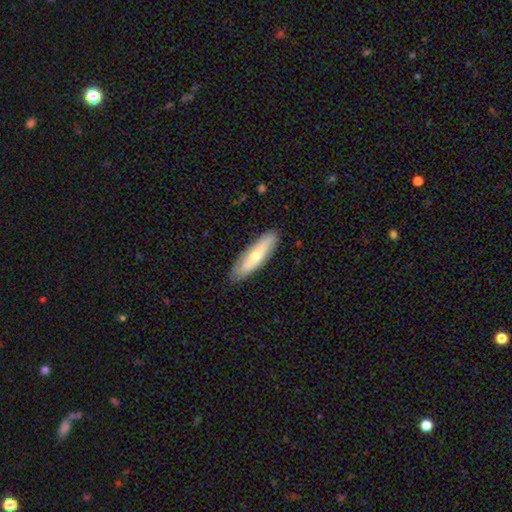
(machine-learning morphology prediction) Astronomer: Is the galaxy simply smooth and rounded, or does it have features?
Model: smooth — 59% (runner-up: featured or disk, 36%).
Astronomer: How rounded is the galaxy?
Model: cigar-shaped — 67%.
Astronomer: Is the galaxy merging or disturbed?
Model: none — 86%.